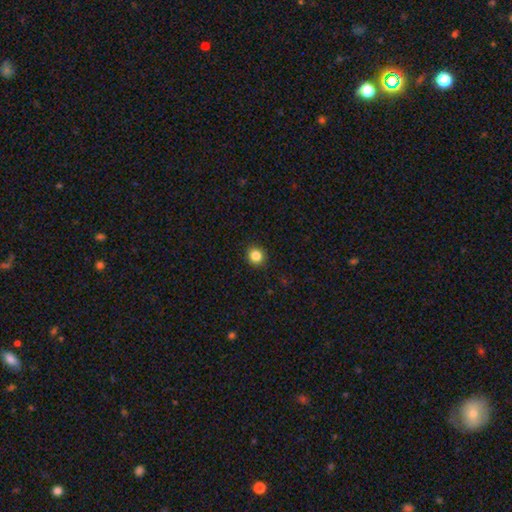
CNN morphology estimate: Overall: smooth (85%). How rounded: round (89%). Merging: none (92%).